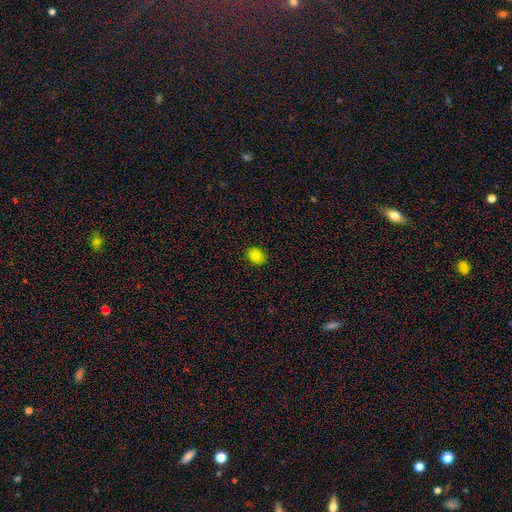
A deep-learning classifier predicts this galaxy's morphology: smooth_or_featured: smooth (p=0.84) [alt: star or artifact p=0.12]
how_rounded: round (p=0.61) [alt: in between p=0.38]
merging: none (p=0.89) [alt: minor disturbance p=0.08]